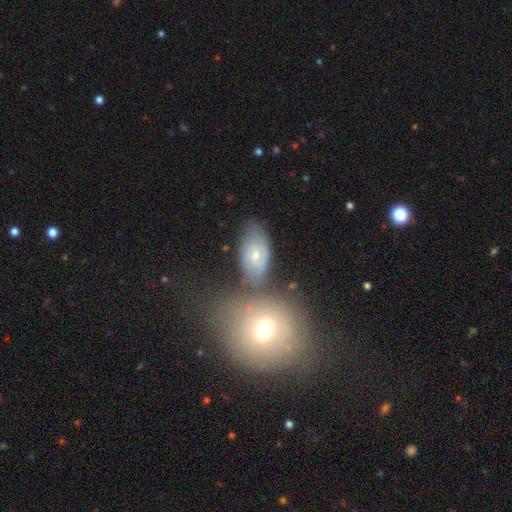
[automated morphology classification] A featured or disk galaxy (63%) with no bar (54%), 2 (49%) tight (50%) spiral arms (85%) and a small central bulge (60%). Merging: none (60%).